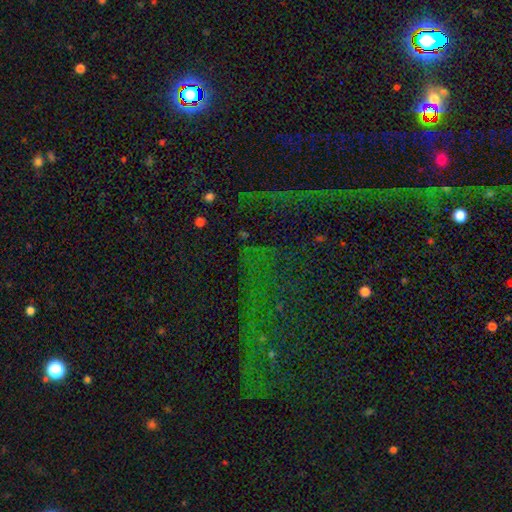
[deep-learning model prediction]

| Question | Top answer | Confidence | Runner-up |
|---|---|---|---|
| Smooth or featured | star or artifact | 80% | smooth (10%) |